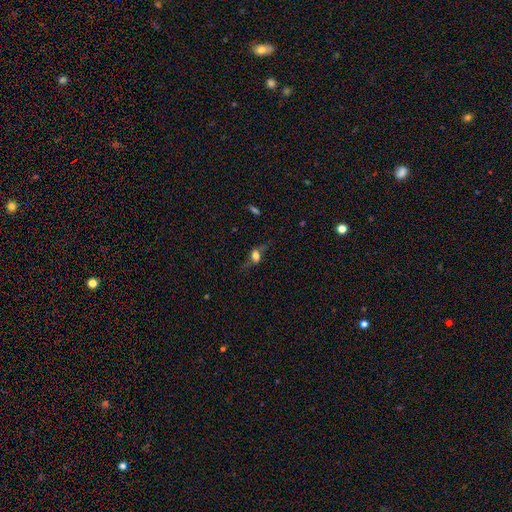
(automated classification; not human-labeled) smooth-or-featured: smooth: 46% | featured or disk: 39% | star or artifact: 15%
  merging: none: 63% | minor disturbance: 20% | major disturbance: 15% | merger: 2%